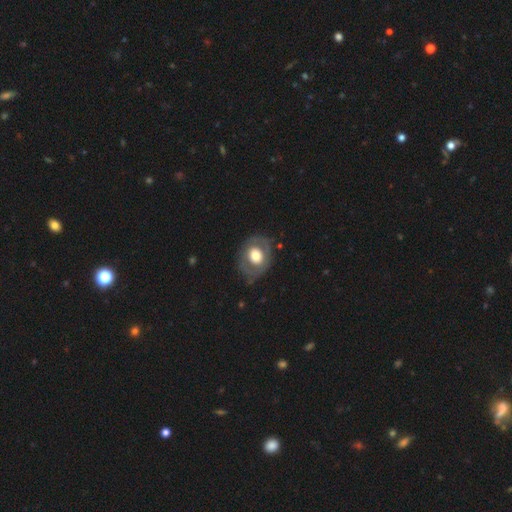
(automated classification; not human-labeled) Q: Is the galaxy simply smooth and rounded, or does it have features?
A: smooth — 50%.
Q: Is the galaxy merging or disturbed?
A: none — 72%.